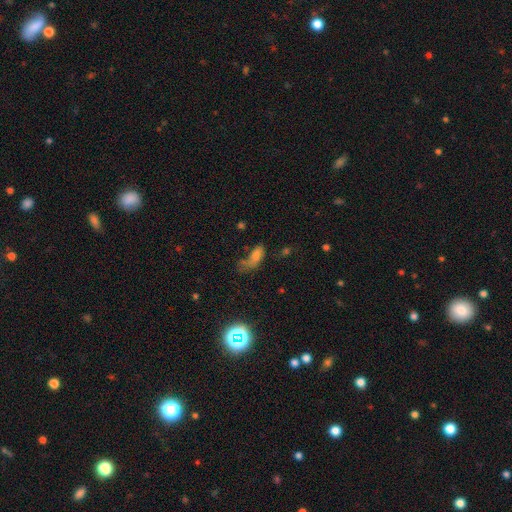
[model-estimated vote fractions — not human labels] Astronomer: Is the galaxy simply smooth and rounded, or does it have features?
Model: smooth — 61%.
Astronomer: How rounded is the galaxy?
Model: in between — 76%.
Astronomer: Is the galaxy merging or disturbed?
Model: major disturbance — 35% (runner-up: none, 30%).